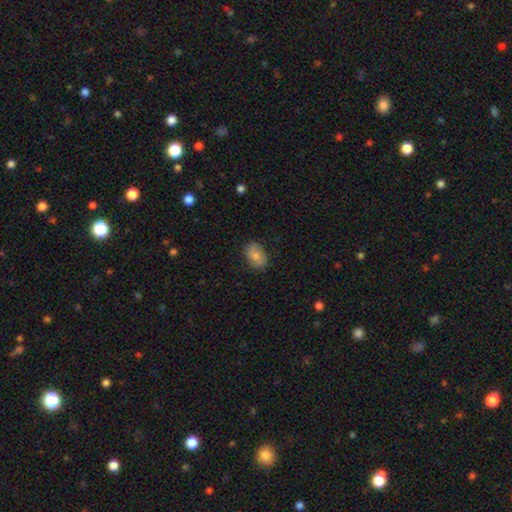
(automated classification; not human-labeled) smooth 78%, featured or disk 15%, star or artifact 7%. Down the decision tree: how rounded — in between (83%); merging — none (82%).